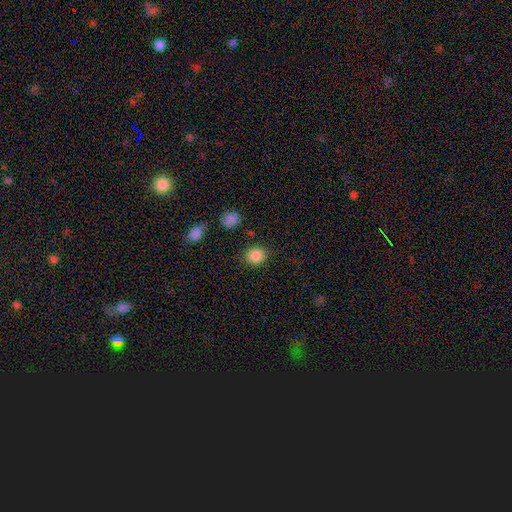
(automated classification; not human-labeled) The model was most divided on "how rounded": round: 81%, in between: 18%, cigar-shaped: 1%. More confident: smooth or featured — smooth (87%); merging — none (85%).